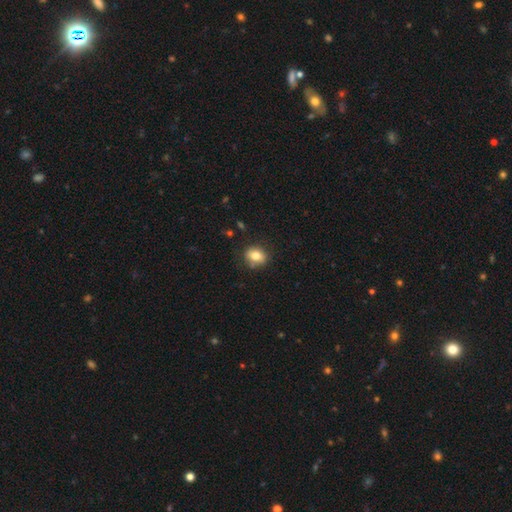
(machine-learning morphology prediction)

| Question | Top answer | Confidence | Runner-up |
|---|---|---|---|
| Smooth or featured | smooth | 79% | featured or disk (12%) |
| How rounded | round | 53% | in between (46%) |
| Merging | none | 80% | minor disturbance (14%) |